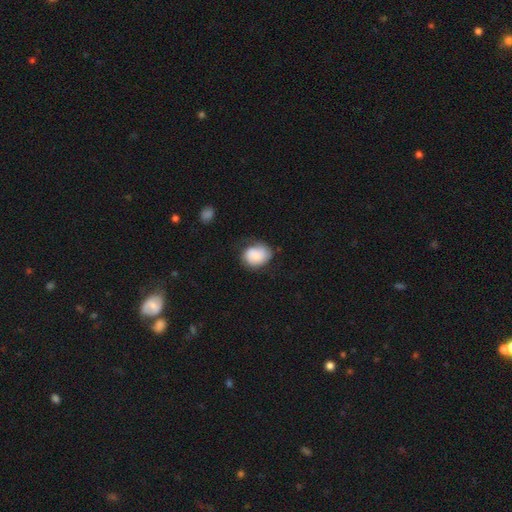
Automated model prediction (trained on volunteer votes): Q: Smooth or featured?
A: smooth (68%); runner-up: featured or disk (24%)
Q: How rounded?
A: round (51%); runner-up: in between (48%)
Q: Merging?
A: none (53%); runner-up: minor disturbance (30%)